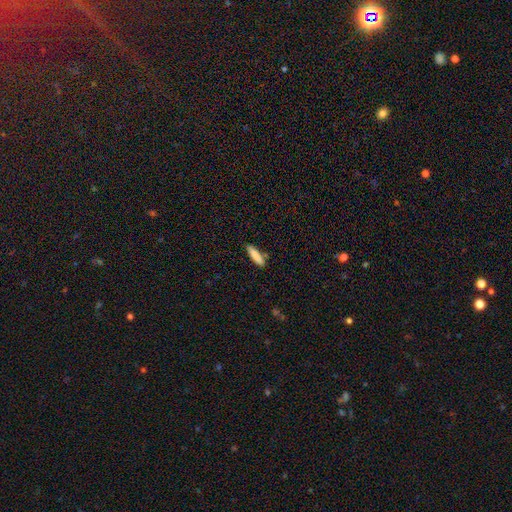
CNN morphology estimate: type=smooth (84%); roundness=cigar-shaped (75%); merging=none (83%).